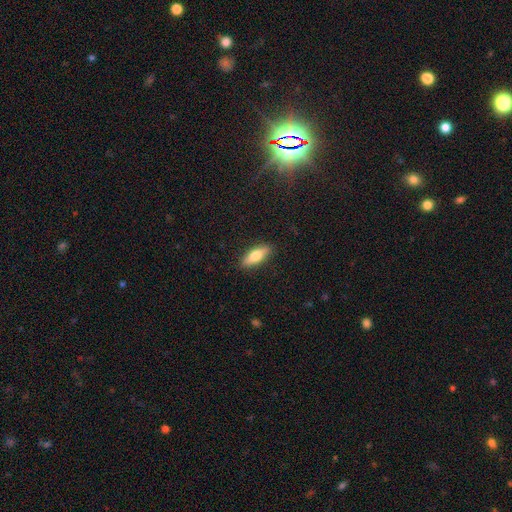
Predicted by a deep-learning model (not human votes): A smooth galaxy with no disk features (67%) that is in between round and cigar-shaped (57%).

Vote fractions:
- Smooth or featured? smooth: 67% / featured or disk: 27% / star or artifact: 6%
- How rounded? in between: 57% / cigar-shaped: 40% / round: 3%
- Merging? none: 88% / minor disturbance: 9% / major disturbance: 2% / merger: 1%